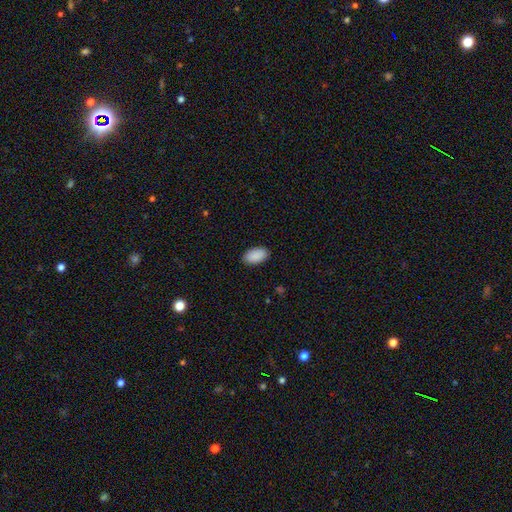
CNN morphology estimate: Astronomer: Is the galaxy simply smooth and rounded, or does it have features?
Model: smooth — 91%.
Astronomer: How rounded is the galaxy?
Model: in between — 95%.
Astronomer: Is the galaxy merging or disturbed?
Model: none — 89%.